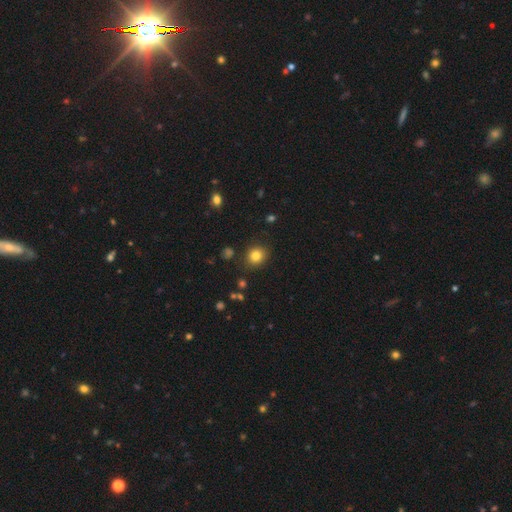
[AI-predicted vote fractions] Overall: smooth (83%). How rounded: round (76%). Merging: none (86%).